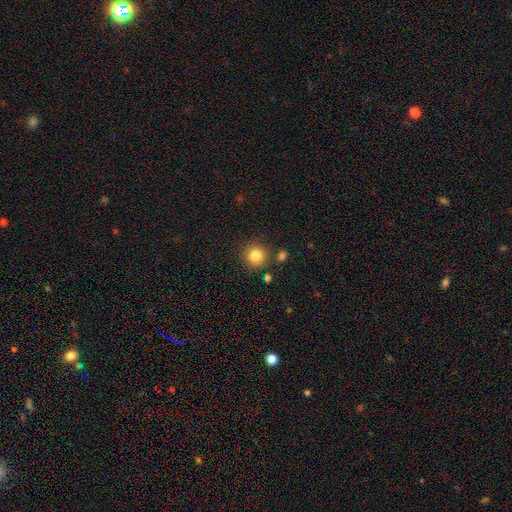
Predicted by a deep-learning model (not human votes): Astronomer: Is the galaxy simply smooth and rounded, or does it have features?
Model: smooth — 83%.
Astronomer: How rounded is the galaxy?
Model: round — 93%.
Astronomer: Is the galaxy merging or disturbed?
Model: none — 85%.